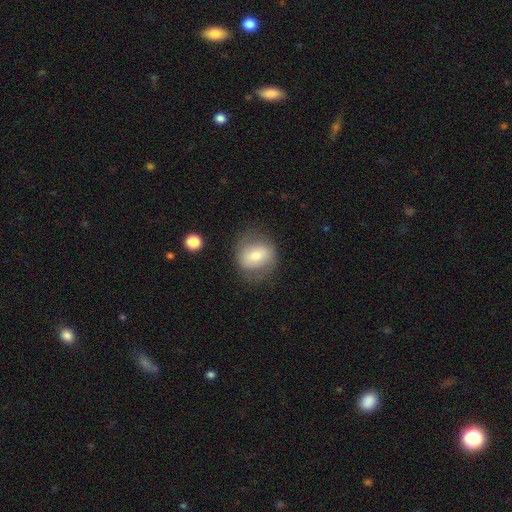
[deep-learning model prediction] The model was most divided on "smooth or featured": smooth: 59%, featured or disk: 33%, star or artifact: 8%. More confident: merging — none (74%); how rounded — round (67%).